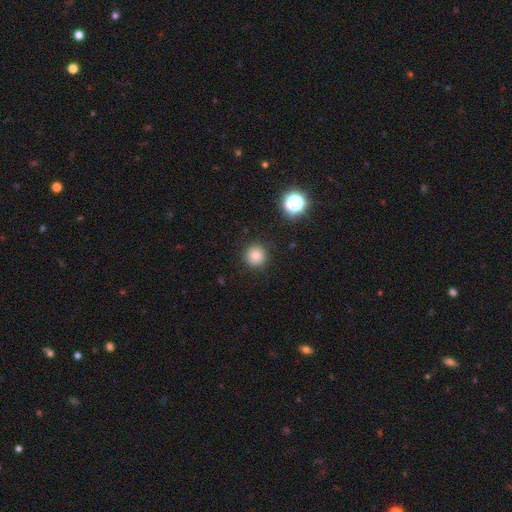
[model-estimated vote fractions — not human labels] Q: Smooth or featured?
A: smooth (80%); runner-up: star or artifact (14%)
Q: How rounded?
A: round (94%); runner-up: in between (5%)
Q: Merging?
A: none (89%); runner-up: minor disturbance (7%)